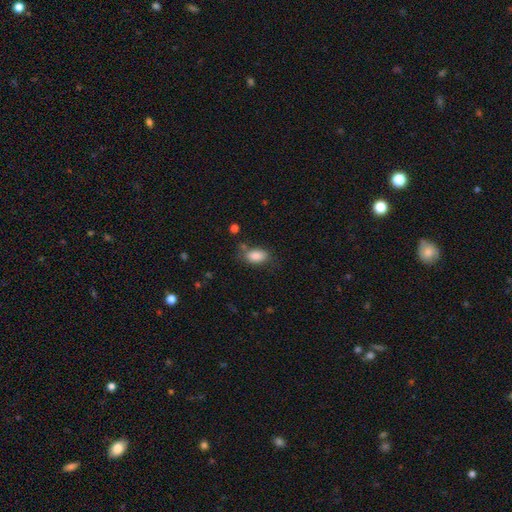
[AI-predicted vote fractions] Smooth or featured?
  - smooth: 86% *
  - star or artifact: 8%
  - featured or disk: 6%
How rounded?
  - in between: 89% *
  - round: 7%
  - cigar-shaped: 3%
Merging?
  - none: 69% *
  - minor disturbance: 20%
  - major disturbance: 6%
  - merger: 5%